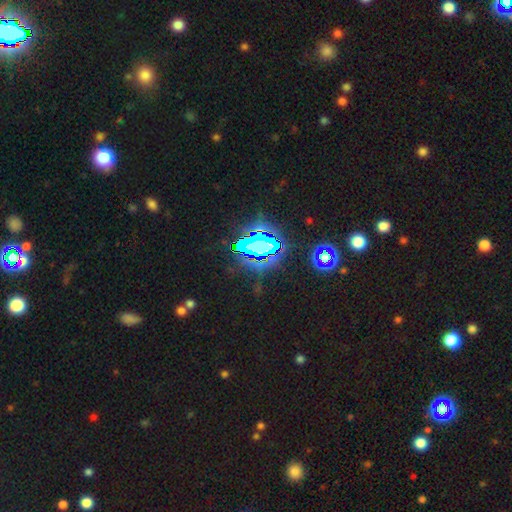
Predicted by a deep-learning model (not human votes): This is likely a star or artifact rather than a galaxy (73%).